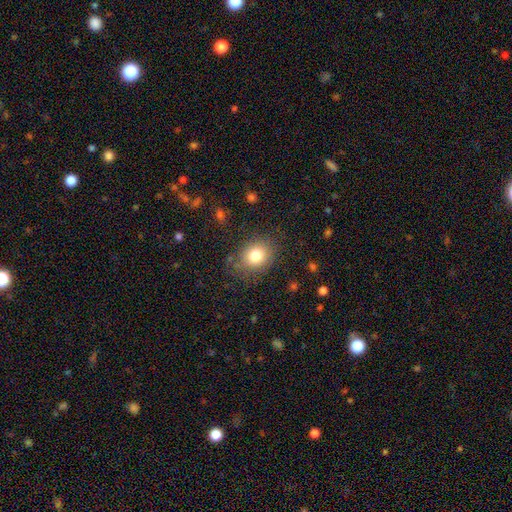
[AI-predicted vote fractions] Smooth or featured? smooth (80%)
How rounded? round (61%)
Merging? none (79%)